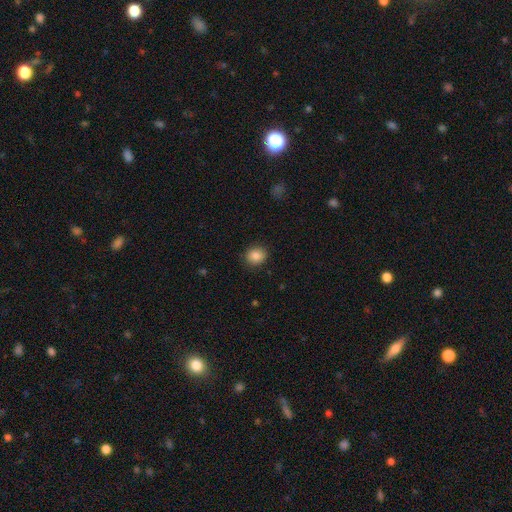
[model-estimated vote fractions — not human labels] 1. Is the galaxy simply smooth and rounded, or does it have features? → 86% smooth, 10% star or artifact, 5% featured or disk.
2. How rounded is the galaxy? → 79% round, 20% in between, 1% cigar-shaped.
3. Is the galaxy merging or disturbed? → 90% none, 7% minor disturbance, 2% major disturbance, 1% merger.